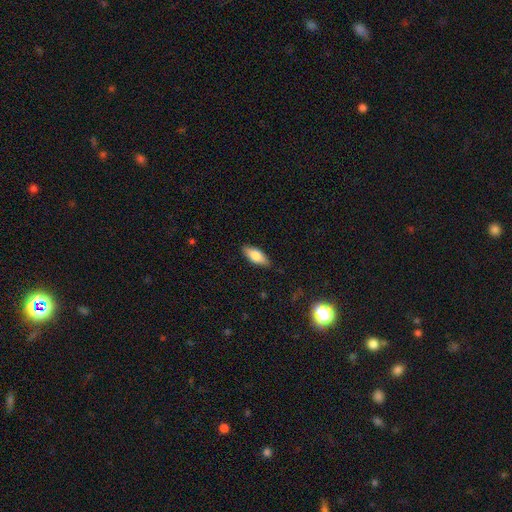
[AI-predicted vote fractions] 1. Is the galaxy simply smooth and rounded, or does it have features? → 75% smooth, 19% featured or disk, 7% star or artifact.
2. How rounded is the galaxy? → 80% in between, 17% cigar-shaped, 3% round.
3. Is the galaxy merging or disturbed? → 84% none, 12% minor disturbance, 2% major disturbance, 1% merger.